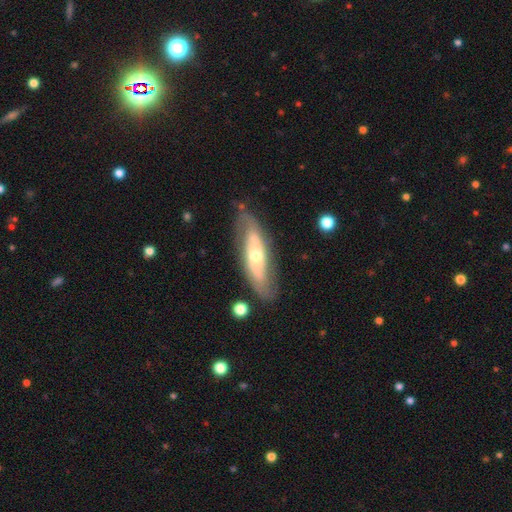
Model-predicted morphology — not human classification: Smooth or featured?
  - featured or disk: 69% *
  - smooth: 26%
  - star or artifact: 5%
Edge-on disk?
  - no: 77% *
  - yes: 23%
Bar?
  - no: 71% *
  - weak: 20%
  - strong: 9%
Spiral arms?
  - yes: 60% *
  - no: 40%
Bulge size?
  - moderate: 57% *
  - small: 36%
  - large: 4%
  - dominant: 1%
  - none: 1%
Merging?
  - none: 78% *
  - minor disturbance: 15%
  - major disturbance: 5%
  - merger: 2%